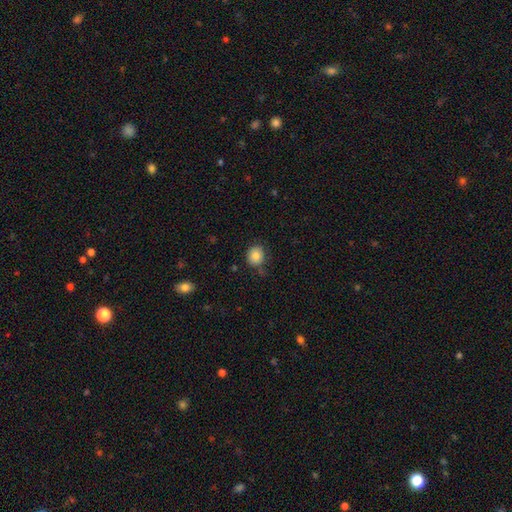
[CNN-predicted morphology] The model was most divided on "how rounded": round: 78%, in between: 21%, cigar-shaped: 1%. More confident: smooth or featured — smooth (81%); merging — none (75%).